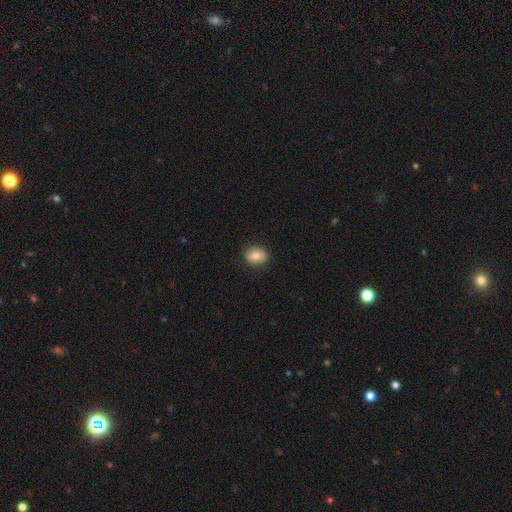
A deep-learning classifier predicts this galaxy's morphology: This is clearly a smooth galaxy (80%). How rounded: possibly round (54%). Merging: clearly none (89%).